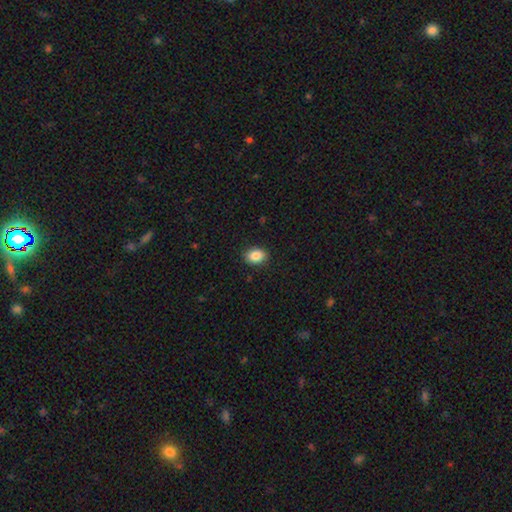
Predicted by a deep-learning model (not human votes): A smooth galaxy with no disk features (87%) that is in between round and cigar-shaped (68%).

Vote fractions:
- Smooth or featured? smooth: 87% / star or artifact: 9% / featured or disk: 5%
- How rounded? in between: 68% / round: 31% / cigar-shaped: 1%
- Merging? none: 90% / minor disturbance: 7% / major disturbance: 2% / merger: 1%